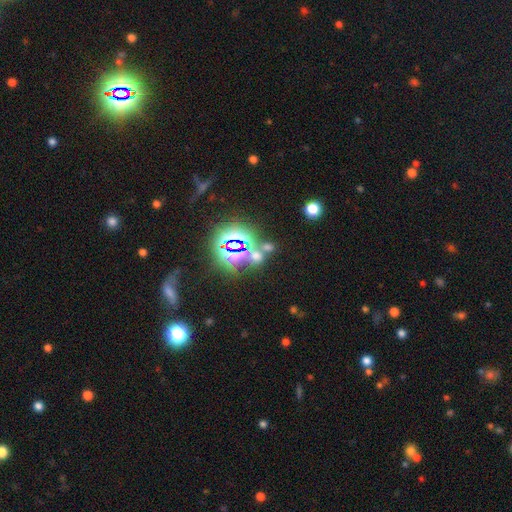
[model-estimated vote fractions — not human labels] Morphology: type=star or artifact (57%).